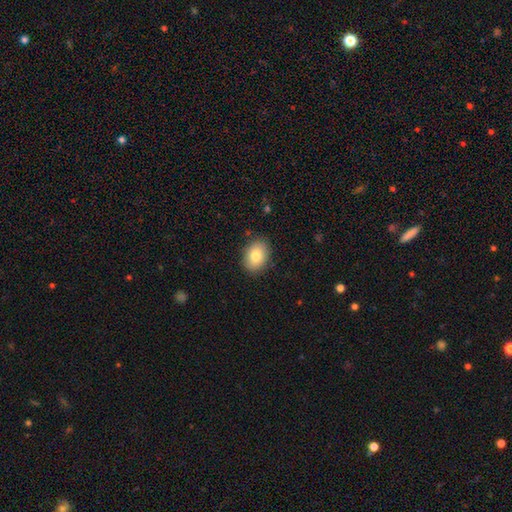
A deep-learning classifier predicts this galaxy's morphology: smooth 81%, featured or disk 11%, star or artifact 8%. Down the decision tree: how rounded — in between (70%); merging — none (87%).